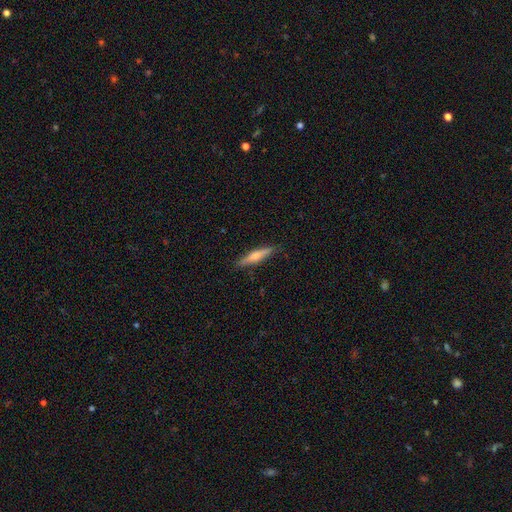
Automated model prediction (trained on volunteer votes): Overall: smooth (52%; featured or disk 42%). How rounded: cigar-shaped (86%). Merging: none (88%).